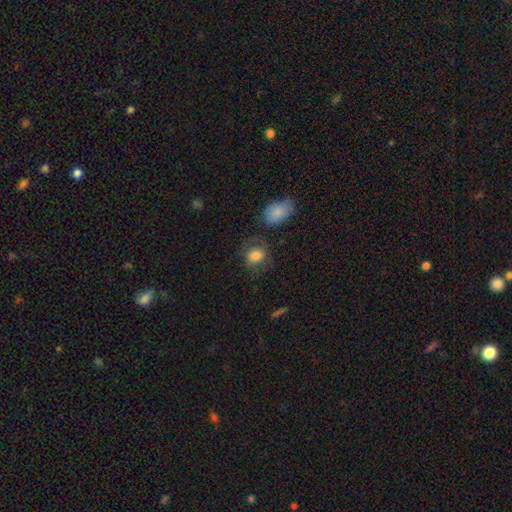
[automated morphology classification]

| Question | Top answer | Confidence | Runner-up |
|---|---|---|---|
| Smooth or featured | smooth | 77% | featured or disk (14%) |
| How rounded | round | 64% | in between (34%) |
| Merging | none | 66% | minor disturbance (19%) |